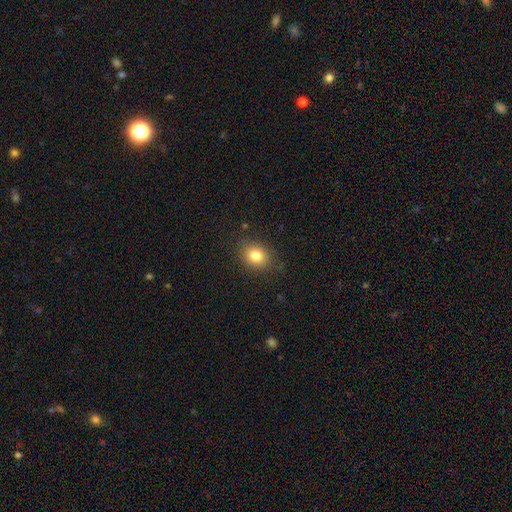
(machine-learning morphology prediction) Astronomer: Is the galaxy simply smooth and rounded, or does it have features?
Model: smooth — 81%.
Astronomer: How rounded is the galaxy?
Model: in between — 50% (runner-up: round, 49%).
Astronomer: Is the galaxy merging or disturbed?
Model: none — 83%.